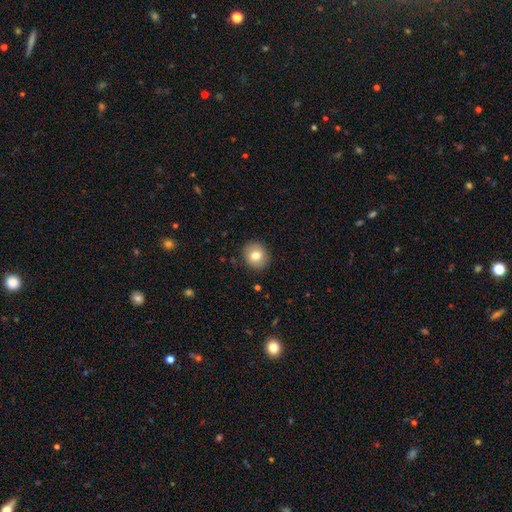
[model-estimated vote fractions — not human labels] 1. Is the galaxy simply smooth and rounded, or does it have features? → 78% smooth, 13% featured or disk, 9% star or artifact.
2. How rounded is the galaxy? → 81% round, 18% in between, 1% cigar-shaped.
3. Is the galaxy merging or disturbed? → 89% none, 8% minor disturbance, 2% major disturbance, 1% merger.